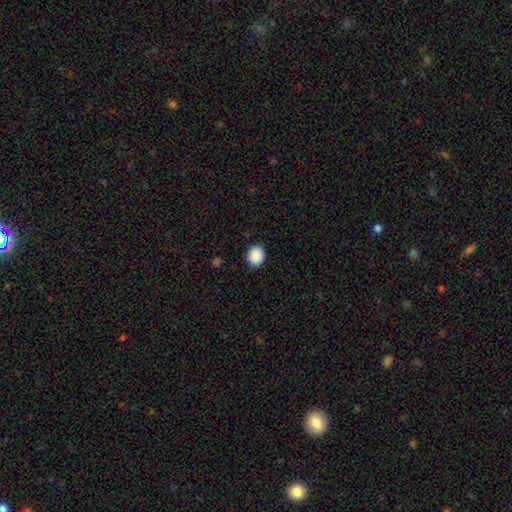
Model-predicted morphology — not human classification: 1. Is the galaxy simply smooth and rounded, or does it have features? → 90% smooth, 8% star or artifact, 2% featured or disk.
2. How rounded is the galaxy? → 61% round, 38% in between, 1% cigar-shaped.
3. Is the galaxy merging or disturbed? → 89% none, 7% minor disturbance, 2% major disturbance, 1% merger.